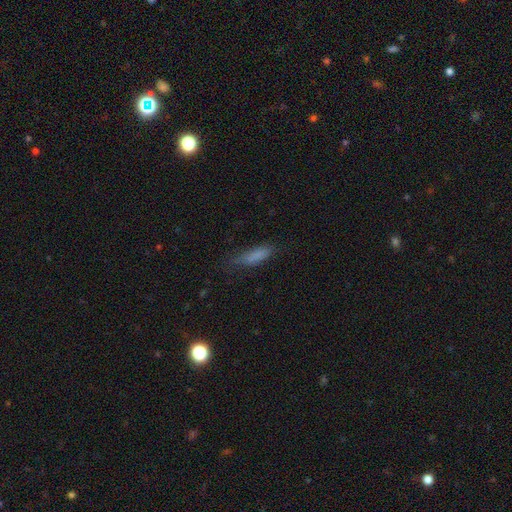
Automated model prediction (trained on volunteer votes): This appears to be a smooth galaxy with no disk features (79%) that is cigar-shaped (63%). Merging: none (65%).